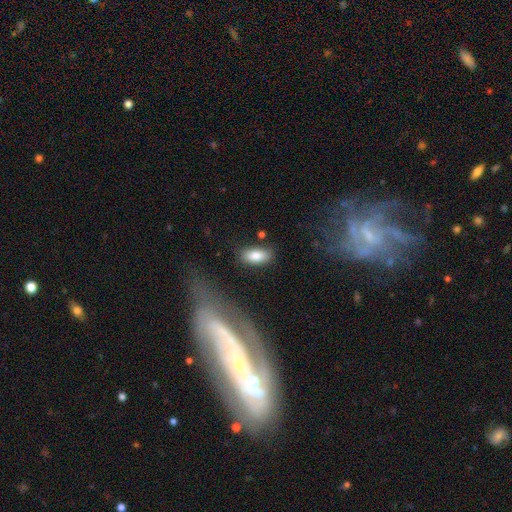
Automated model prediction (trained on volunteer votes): Overall: smooth (83%). How rounded: in between (91%). Merging: none (79%).